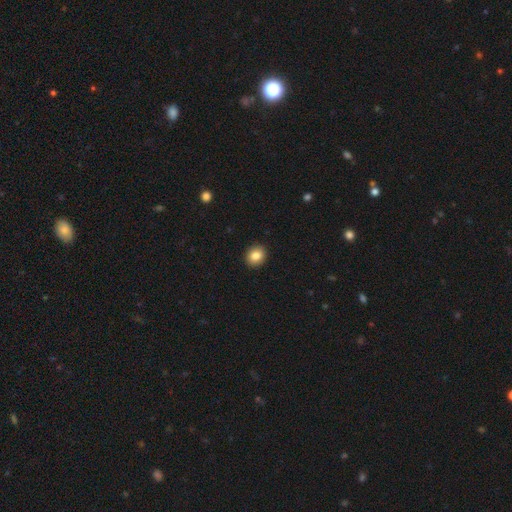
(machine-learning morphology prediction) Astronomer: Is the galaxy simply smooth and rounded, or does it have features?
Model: smooth — 85%.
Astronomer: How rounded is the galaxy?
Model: round — 70%.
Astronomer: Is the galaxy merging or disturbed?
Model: none — 92%.